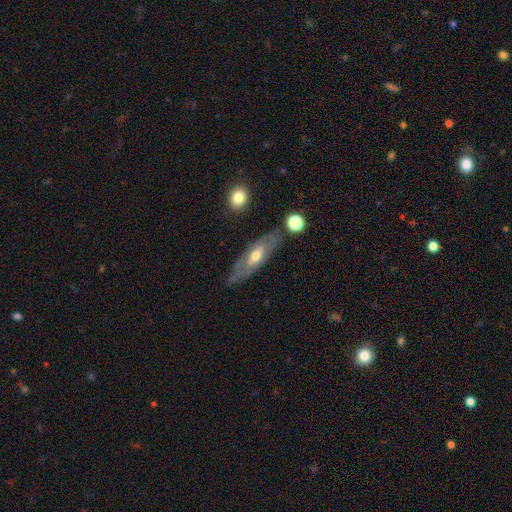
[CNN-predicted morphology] The model was most divided on "edge-on disk": no: 60%, yes: 40%. More confident: merging — none (71%); smooth or featured — featured or disk (59%).